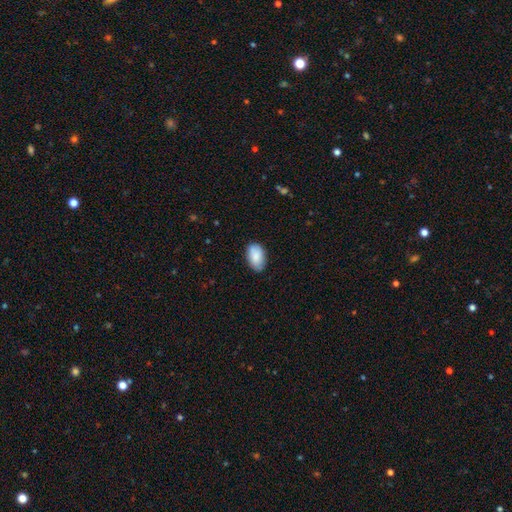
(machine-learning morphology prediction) Smooth or featured? smooth (86%)
How rounded? in between (92%)
Merging? none (78%)